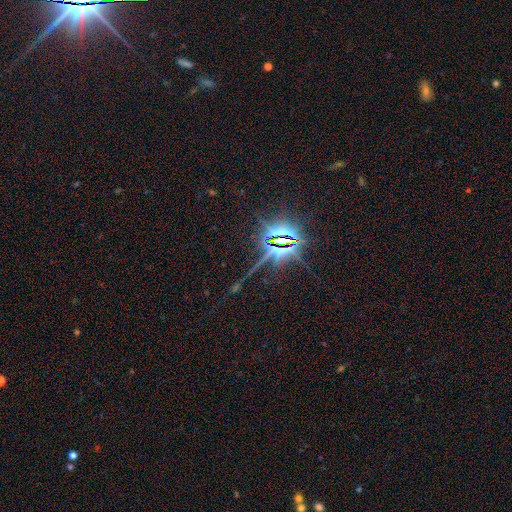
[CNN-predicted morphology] A star or artifact, not a galaxy (82%).

Vote fractions:
- Smooth or featured? star or artifact: 82% / smooth: 10% / featured or disk: 8%